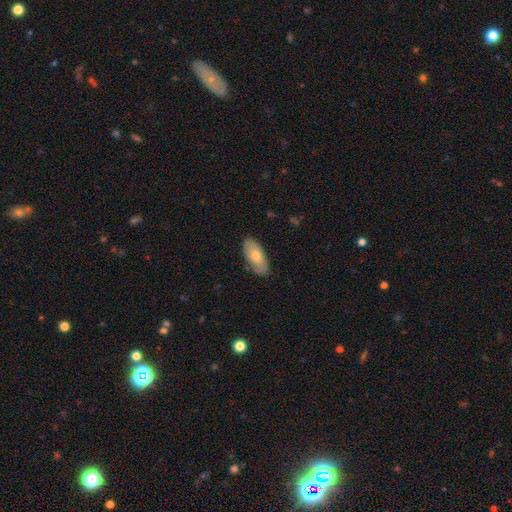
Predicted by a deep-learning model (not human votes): Q: Smooth or featured?
A: smooth (66%); runner-up: featured or disk (28%)
Q: How rounded?
A: in between (89%); runner-up: cigar-shaped (8%)
Q: Merging?
A: none (83%); runner-up: minor disturbance (13%)